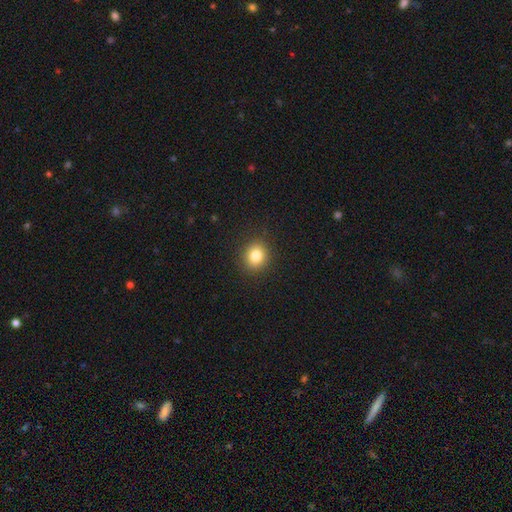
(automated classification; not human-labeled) A smooth galaxy with no disk features (82%) that is round (78%). Merging: none (90%).